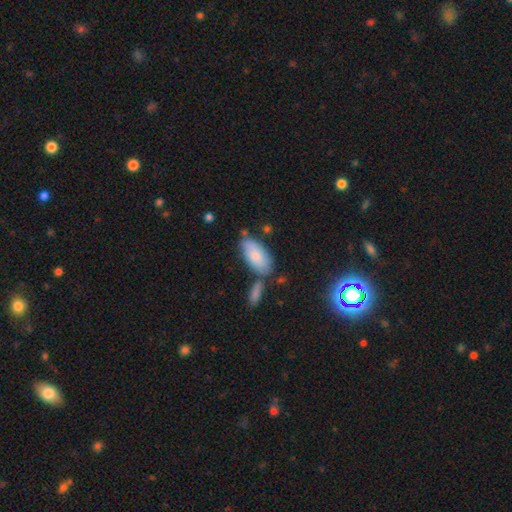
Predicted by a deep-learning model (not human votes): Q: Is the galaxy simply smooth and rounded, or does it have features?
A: smooth — 76%.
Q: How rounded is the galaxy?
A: in between — 92%.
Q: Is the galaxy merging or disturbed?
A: none — 61%.